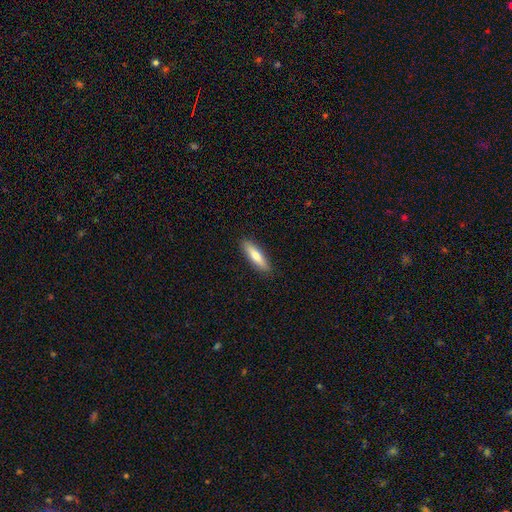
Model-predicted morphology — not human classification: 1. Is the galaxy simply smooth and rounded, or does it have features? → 72% smooth, 23% featured or disk, 6% star or artifact.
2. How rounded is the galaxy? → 70% cigar-shaped, 29% in between, 2% round.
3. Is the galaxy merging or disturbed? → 90% none, 8% minor disturbance, 2% major disturbance, 1% merger.